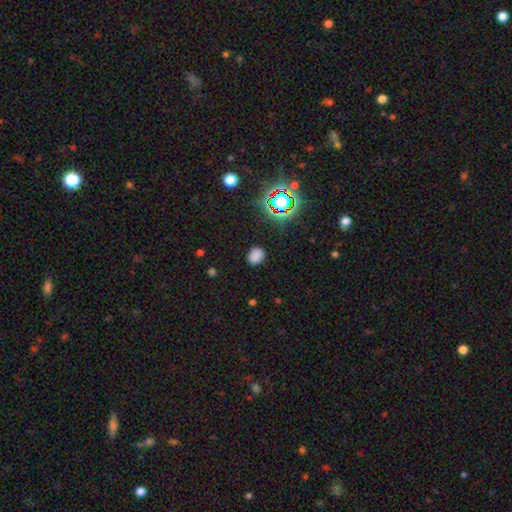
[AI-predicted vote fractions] Smooth or featured? smooth (76%)
How rounded? round (53%)
Merging? none (85%)